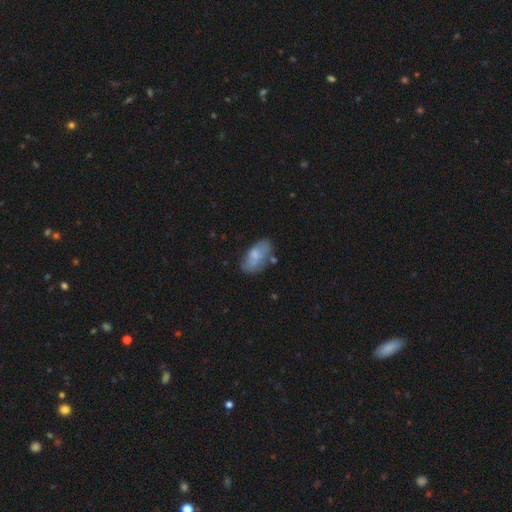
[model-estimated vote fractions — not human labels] The model was most divided on "merging": none: 58%, minor disturbance: 27%, major disturbance: 8%, merger: 8%. More confident: how rounded — in between (93%); smooth or featured — smooth (70%).